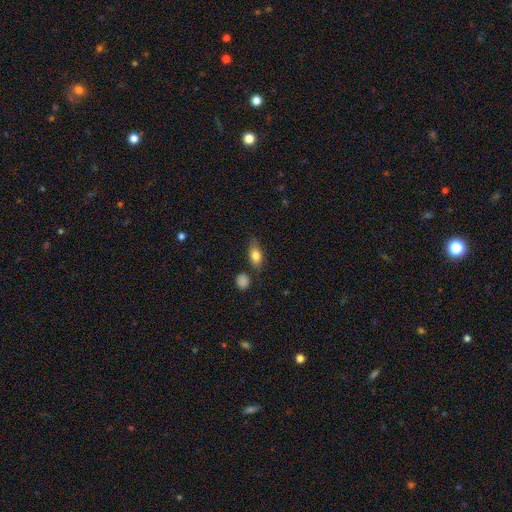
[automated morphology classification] Smooth or featured: smooth — 77% (featured or disk — 15%)
How rounded: in between — 81% (round — 10%)
Merging: none — 70% (minor disturbance — 20%)